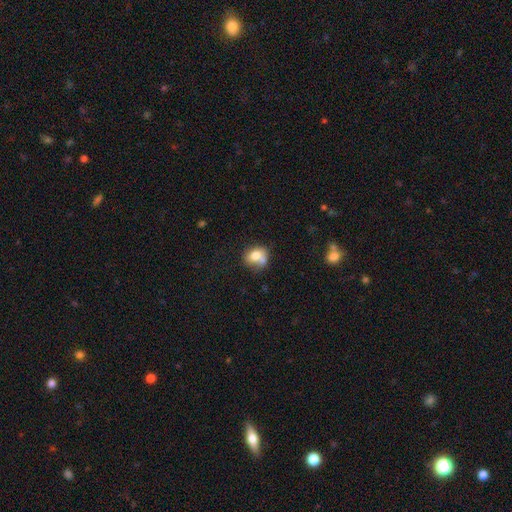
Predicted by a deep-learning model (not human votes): This is likely a smooth galaxy (72%). How rounded: possibly round (57%). Merging: marginally none (39%).